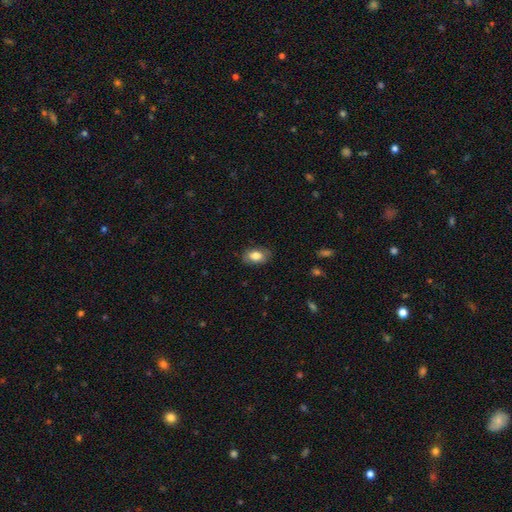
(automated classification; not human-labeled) smooth_or_featured: smooth (p=0.79) [alt: featured or disk p=0.13]
how_rounded: in between (p=0.89) [alt: round p=0.10]
merging: none (p=0.81) [alt: minor disturbance p=0.15]